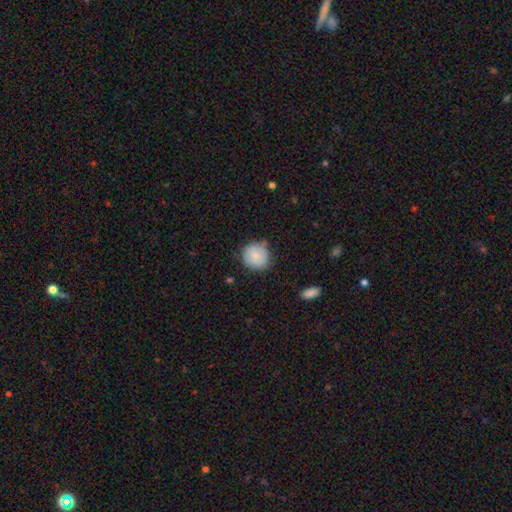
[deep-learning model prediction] smooth-or-featured: smooth: 79% | featured or disk: 14% | star or artifact: 7%
  how-rounded: round: 88% | in between: 11% | cigar-shaped: 1%
  merging: none: 76% | minor disturbance: 18% | major disturbance: 4% | merger: 3%